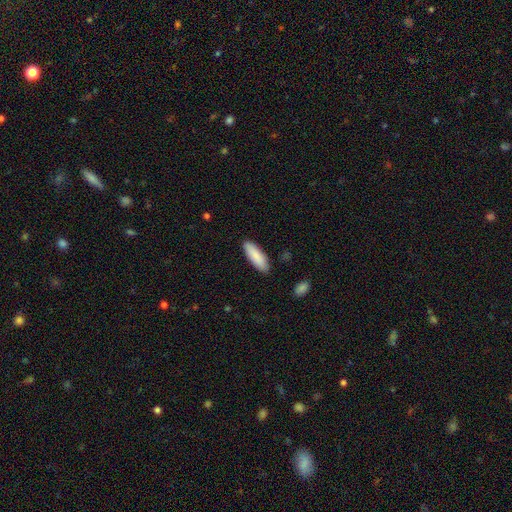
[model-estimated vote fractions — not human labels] Overall: smooth (89%). How rounded: in between (53%; cigar-shaped 45%). Merging: none (88%).